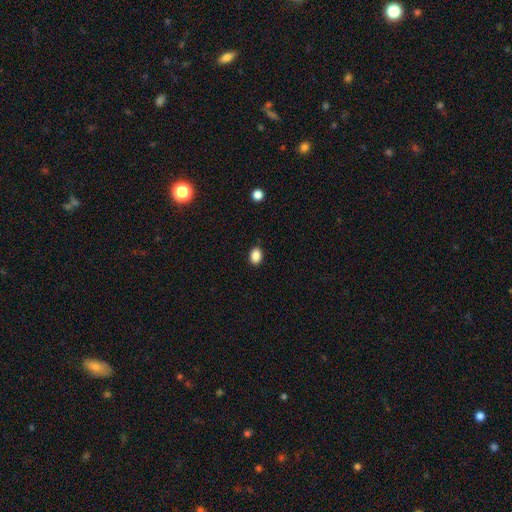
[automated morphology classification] The model was most divided on "how rounded": in between: 72%, round: 27%, cigar-shaped: 1%. More confident: merging — none (89%); smooth or featured — smooth (88%).